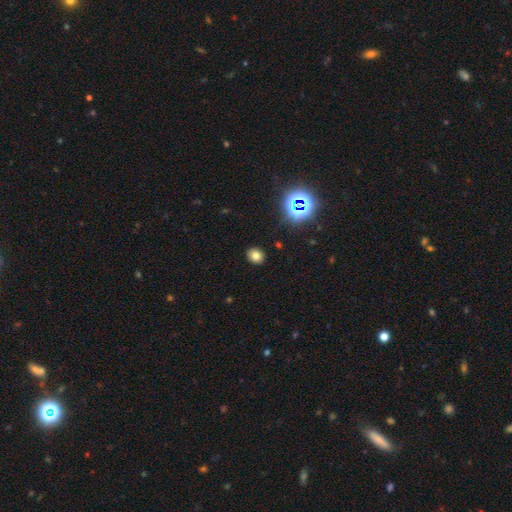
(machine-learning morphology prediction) A smooth galaxy with no disk features (74%) that is round (56%). Merging: none (90%).